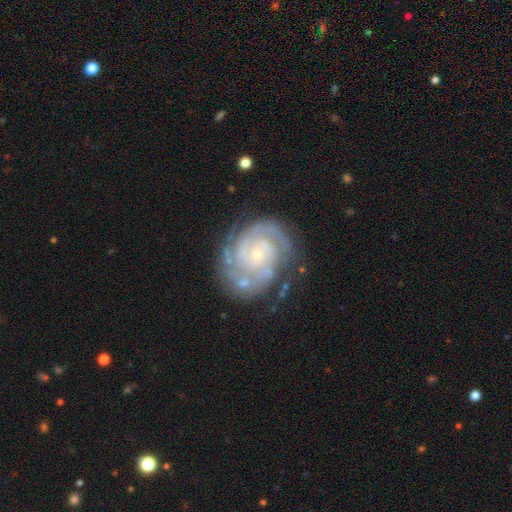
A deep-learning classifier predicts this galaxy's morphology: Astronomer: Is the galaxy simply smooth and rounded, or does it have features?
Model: featured or disk — 90%.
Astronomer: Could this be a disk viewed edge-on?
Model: no — 98%.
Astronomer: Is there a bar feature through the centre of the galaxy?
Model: no — 67%.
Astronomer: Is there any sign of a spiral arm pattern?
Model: yes — 98%.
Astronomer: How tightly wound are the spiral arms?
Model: tight — 75%.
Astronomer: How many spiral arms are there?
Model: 2 — 50%.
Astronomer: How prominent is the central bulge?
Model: small — 73%.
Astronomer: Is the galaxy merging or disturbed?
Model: none — 71%.